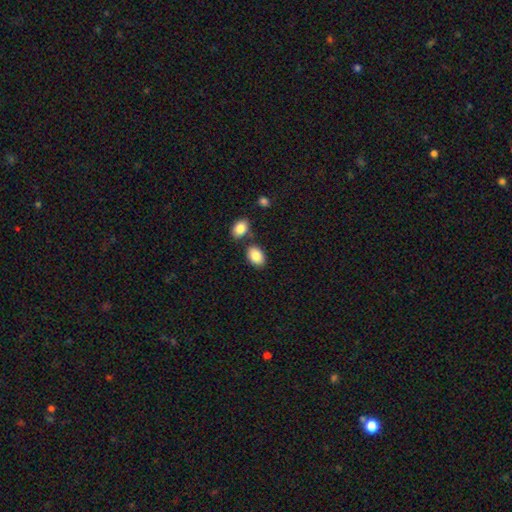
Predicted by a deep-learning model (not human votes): The model was most divided on "merging": none: 75%, merger: 12%, minor disturbance: 11%, major disturbance: 3%. More confident: smooth or featured — smooth (87%); how rounded — in between (85%).